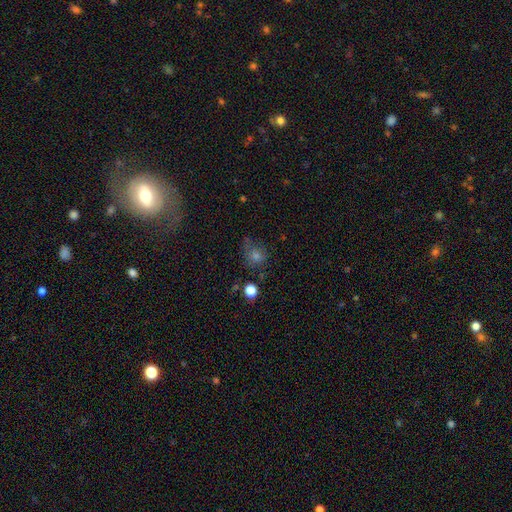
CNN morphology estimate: Smooth or featured: smooth — 57% (star or artifact — 25%)
How rounded: round — 78% (in between — 21%)
Merging: none — 62% (minor disturbance — 21%)